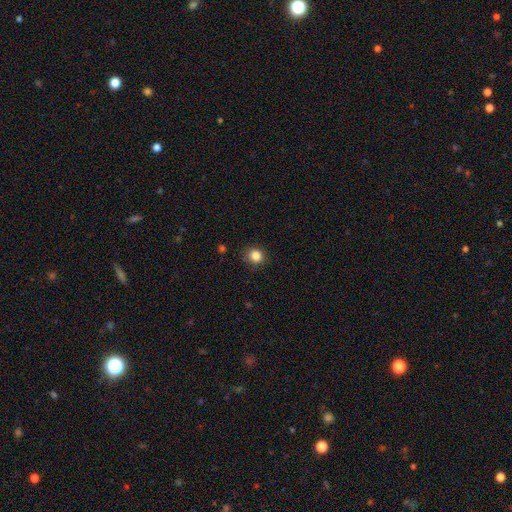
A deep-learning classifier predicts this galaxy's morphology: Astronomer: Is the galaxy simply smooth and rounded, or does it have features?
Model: smooth — 84%.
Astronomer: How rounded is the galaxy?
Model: round — 84%.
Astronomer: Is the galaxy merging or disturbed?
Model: none — 86%.